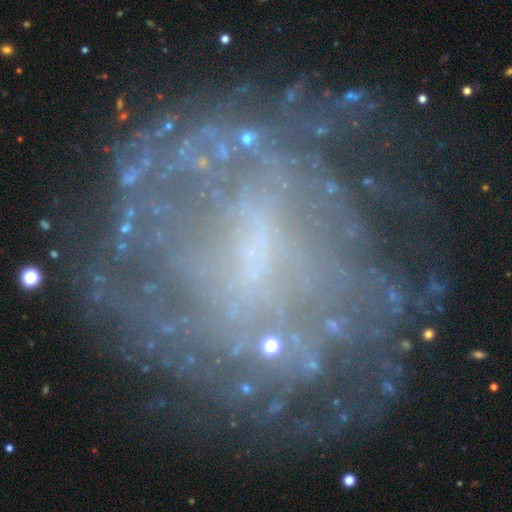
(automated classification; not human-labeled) Q: Smooth or featured?
A: featured or disk (72%); runner-up: smooth (15%)
Q: Edge-on disk?
A: no (96%); runner-up: yes (4%)
Q: Bar?
A: no (47%); runner-up: weak (36%)
Q: Spiral arms?
A: yes (60%); runner-up: no (40%)
Q: Bulge size?
A: small (53%); runner-up: none (34%)
Q: Merging?
A: none (55%); runner-up: major disturbance (22%)